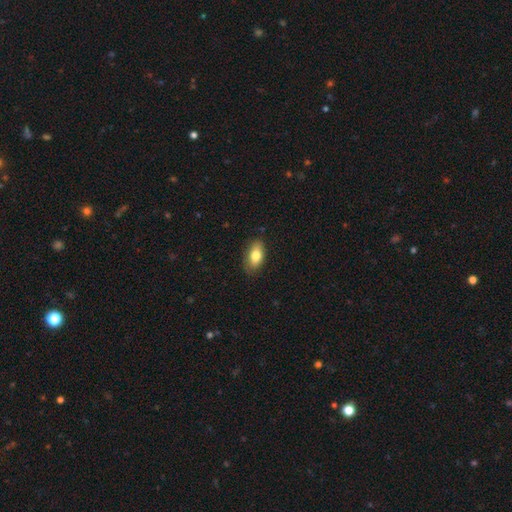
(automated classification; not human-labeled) smooth_or_featured: smooth (p=0.78) [alt: featured or disk p=0.15]
how_rounded: in between (p=0.89) [alt: round p=0.05]
merging: none (p=0.82) [alt: minor disturbance p=0.14]